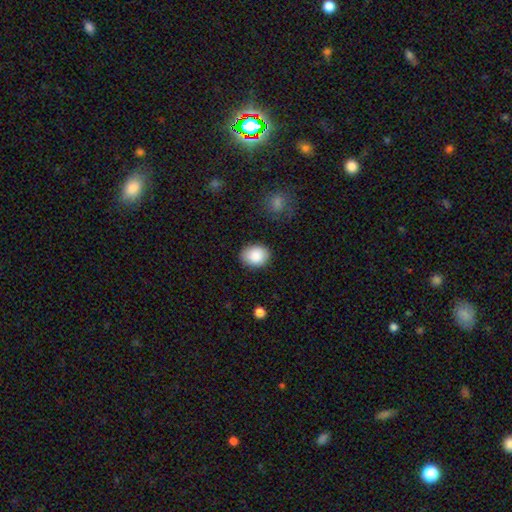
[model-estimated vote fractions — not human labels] A smooth galaxy with no disk features (88%) that is in between round and cigar-shaped (54%). Merging: none (85%).